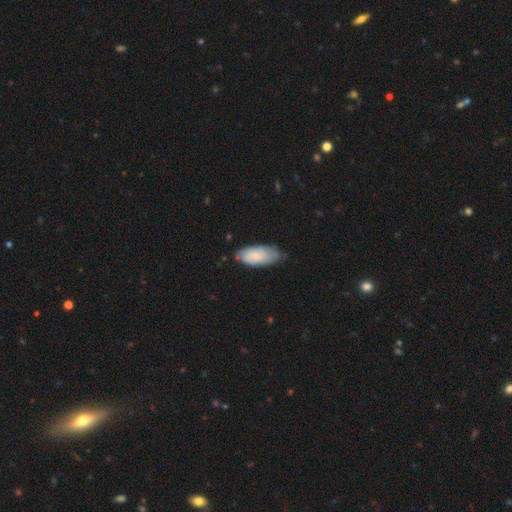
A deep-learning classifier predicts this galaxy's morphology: The model was most divided on "merging": none: 62%, minor disturbance: 31%, major disturbance: 5%, merger: 2%. More confident: how rounded — in between (89%); smooth or featured — smooth (72%).